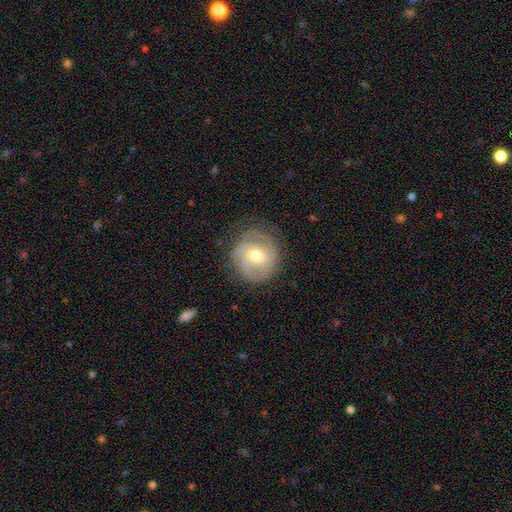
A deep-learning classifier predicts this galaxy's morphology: featured or disk 79%, smooth 15%, star or artifact 5%. Down the decision tree: edge-on disk — no (97%); bar — weak (45%); spiral arms — yes (93%); spiral arm count — 2 (37%); spiral winding — tight (53%); bulge size — moderate (75%); merging — none (76%).